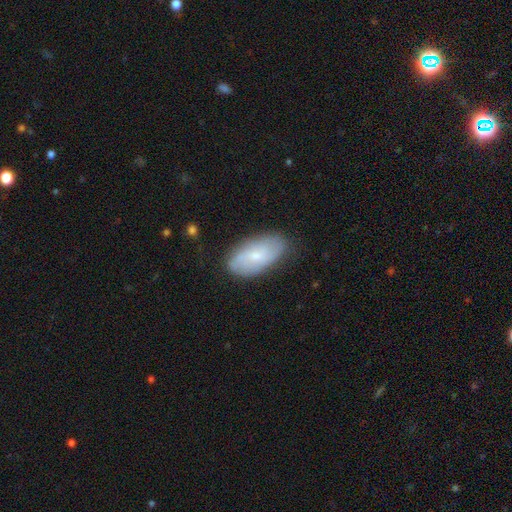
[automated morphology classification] smooth_or_featured: smooth (p=0.49) [alt: featured or disk p=0.44]
merging: none (p=0.77) [alt: minor disturbance p=0.18]